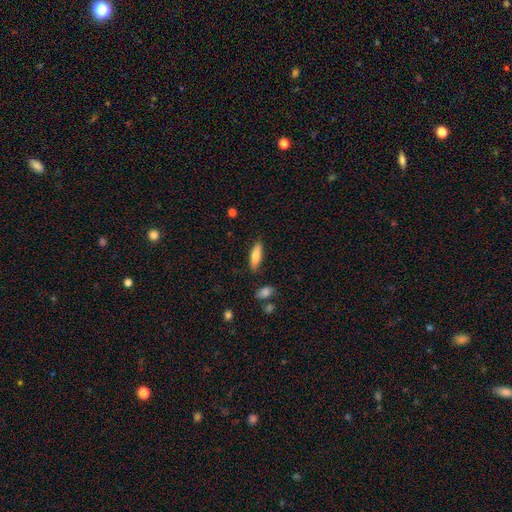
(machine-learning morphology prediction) smooth 76%, featured or disk 17%, star or artifact 6%. Down the decision tree: how rounded — cigar-shaped (54%); merging — none (85%).